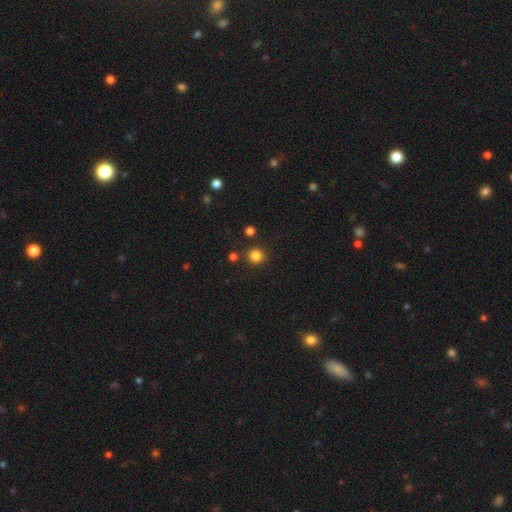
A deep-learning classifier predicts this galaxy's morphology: A smooth galaxy with no disk features (82%) that is round (93%).

Vote fractions:
- Smooth or featured? smooth: 82% / star or artifact: 14% / featured or disk: 4%
- How rounded? round: 93% / in between: 6% / cigar-shaped: 1%
- Merging? none: 87% / minor disturbance: 6% / merger: 4% / major disturbance: 2%